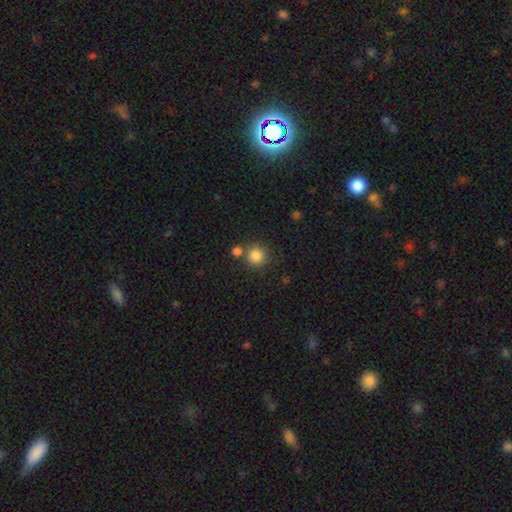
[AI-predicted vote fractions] Smooth or featured? smooth (85%)
How rounded? round (92%)
Merging? none (67%)